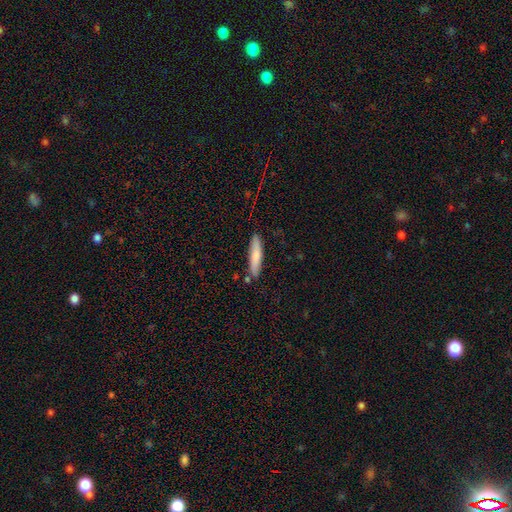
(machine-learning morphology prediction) Q: Smooth or featured?
A: smooth (76%); runner-up: featured or disk (18%)
Q: How rounded?
A: cigar-shaped (85%); runner-up: in between (14%)
Q: Merging?
A: none (83%); runner-up: minor disturbance (12%)